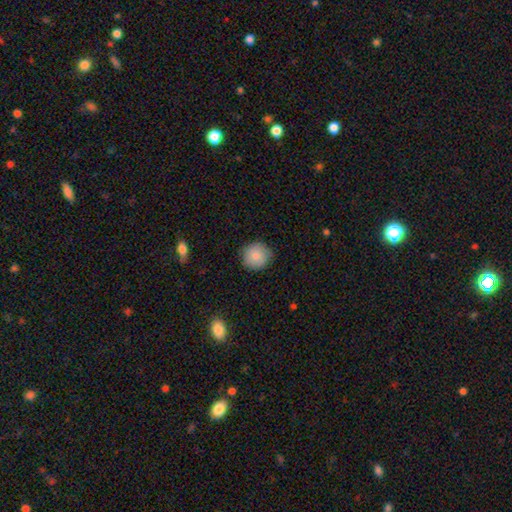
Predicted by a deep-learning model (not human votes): This is clearly a smooth galaxy (87%). How rounded: clearly round (92%). Merging: clearly none (87%).